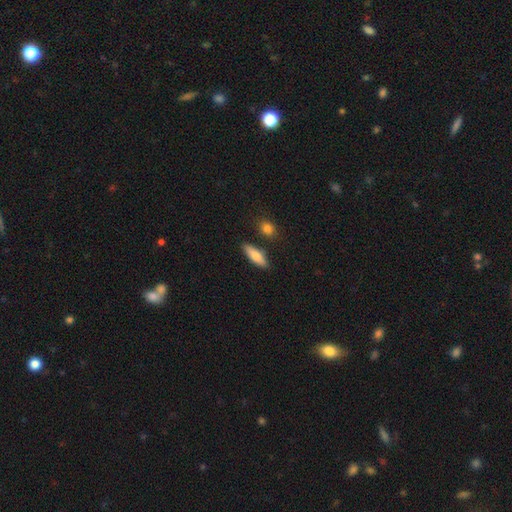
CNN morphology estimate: Smooth or featured: smooth — 78% (featured or disk — 16%)
How rounded: in between — 56% (cigar-shaped — 41%)
Merging: none — 80% (minor disturbance — 11%)